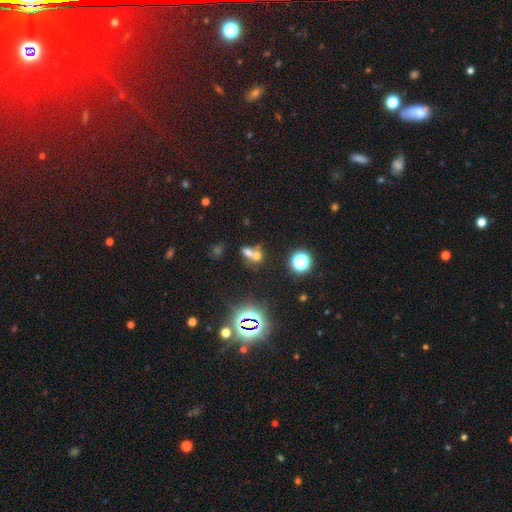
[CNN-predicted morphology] Smooth or featured: smooth — 55% (star or artifact — 28%)
How rounded: in between — 53% (round — 42%)
Merging: merger — 63% (none — 26%)